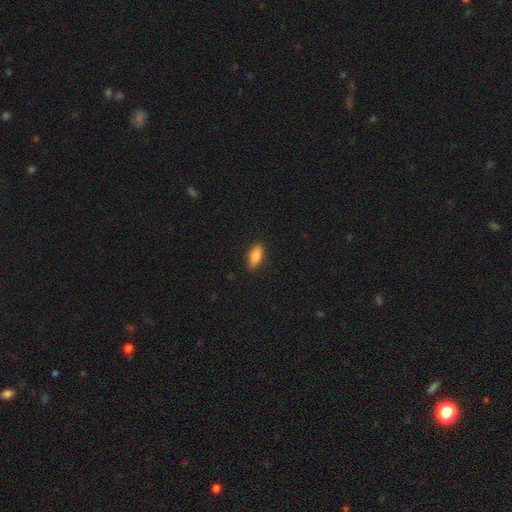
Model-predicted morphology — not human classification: The model was most divided on "how rounded": in between: 78%, cigar-shaped: 20%, round: 3%. More confident: merging — none (89%); smooth or featured — smooth (86%).